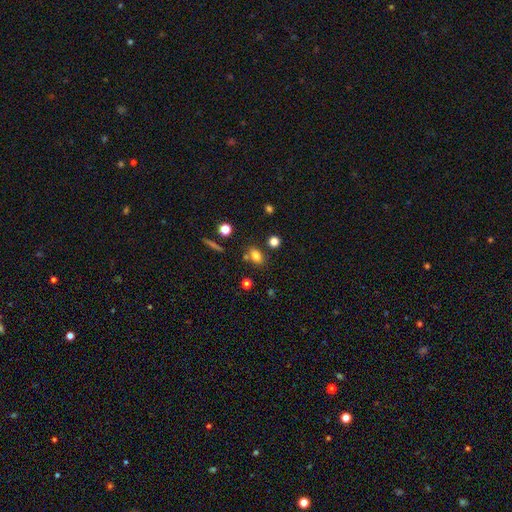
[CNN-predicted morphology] type=smooth (78%); roundness=in between (74%); merging=none (73%).